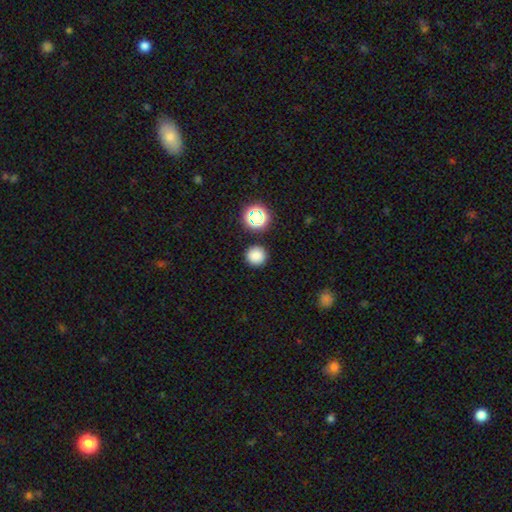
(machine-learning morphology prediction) smooth-or-featured: smooth: 80% | star or artifact: 15% | featured or disk: 5%
  how-rounded: round: 94% | in between: 5% | cigar-shaped: 1%
  merging: none: 89% | minor disturbance: 6% | merger: 3% | major disturbance: 2%